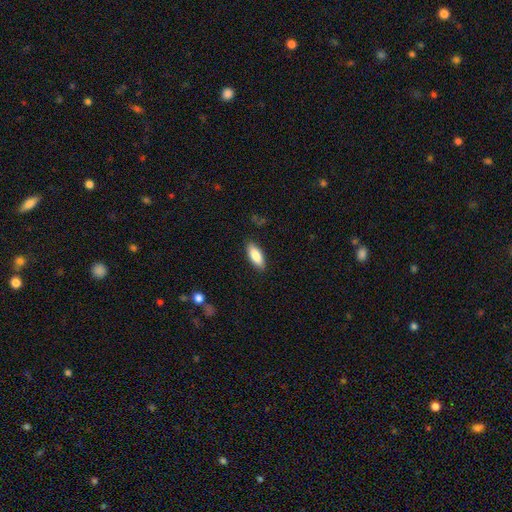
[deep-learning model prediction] Smooth or featured?
  - smooth: 84% *
  - featured or disk: 10%
  - star or artifact: 6%
How rounded?
  - in between: 74% *
  - cigar-shaped: 24%
  - round: 2%
Merging?
  - none: 87% *
  - minor disturbance: 10%
  - major disturbance: 2%
  - merger: 1%